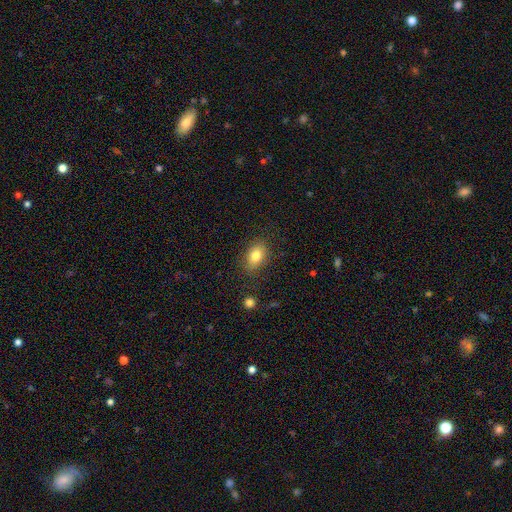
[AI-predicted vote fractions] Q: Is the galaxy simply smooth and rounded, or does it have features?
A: smooth — 82%.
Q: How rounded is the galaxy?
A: in between — 82%.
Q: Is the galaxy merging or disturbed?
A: none — 81%.